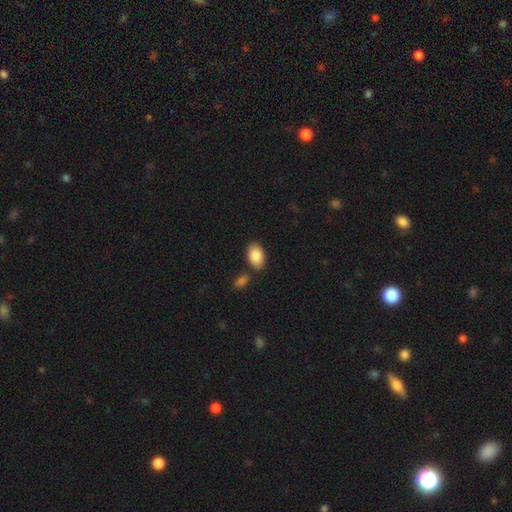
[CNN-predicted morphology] smooth-or-featured: smooth: 87% | featured or disk: 7% | star or artifact: 6%
  how-rounded: in between: 90% | round: 9% | cigar-shaped: 1%
  merging: none: 77% | minor disturbance: 12% | merger: 8% | major disturbance: 3%